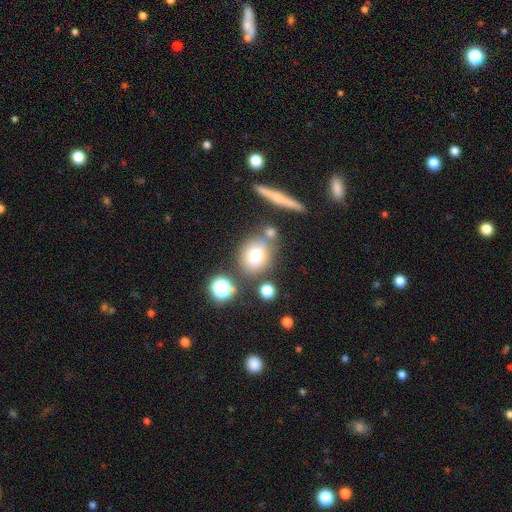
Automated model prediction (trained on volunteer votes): Smooth or featured: smooth — 71% (featured or disk — 15%)
How rounded: round — 65% (in between — 33%)
Merging: none — 68% (merger — 15%)